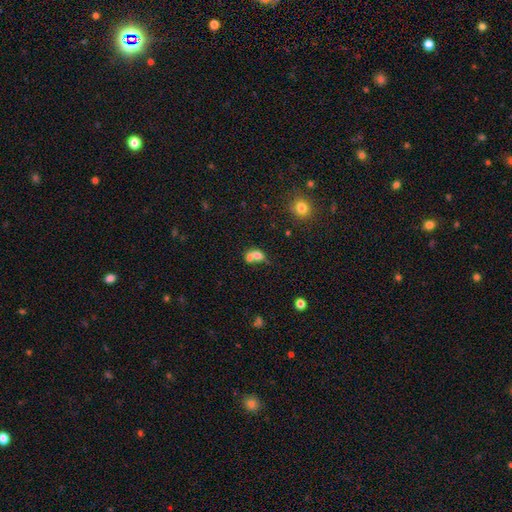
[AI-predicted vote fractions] Smooth or featured? smooth (71%)
How rounded? in between (55%)
Merging? merger (65%)